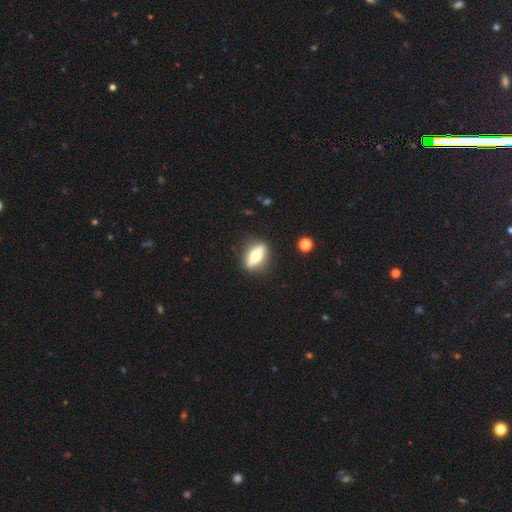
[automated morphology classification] Smooth or featured? featured or disk (51%)
Edge-on disk? yes (73%)
Merging? none (87%)